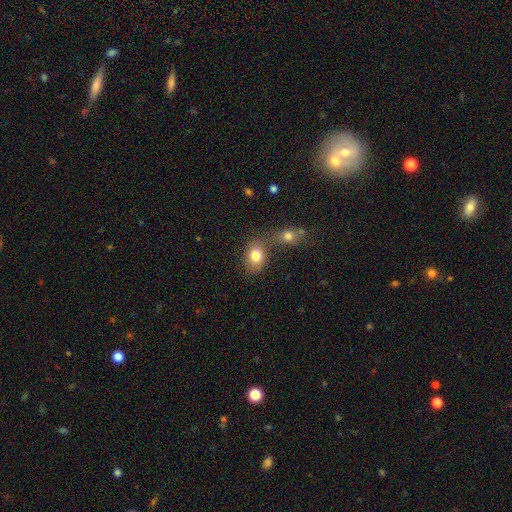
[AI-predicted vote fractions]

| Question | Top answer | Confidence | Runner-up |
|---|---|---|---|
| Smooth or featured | smooth | 81% | featured or disk (10%) |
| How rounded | in between | 65% | round (34%) |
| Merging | none | 41% | merger (40%) |